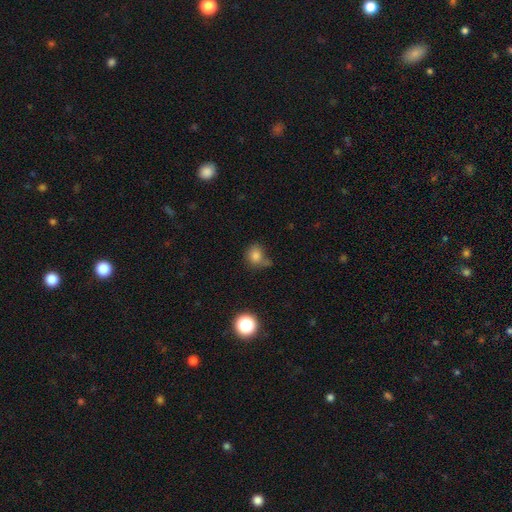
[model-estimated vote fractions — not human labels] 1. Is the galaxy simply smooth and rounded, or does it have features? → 80% smooth, 13% star or artifact, 7% featured or disk.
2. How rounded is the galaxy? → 70% round, 29% in between, 1% cigar-shaped.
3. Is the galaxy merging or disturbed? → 57% none, 22% minor disturbance, 13% merger, 8% major disturbance.